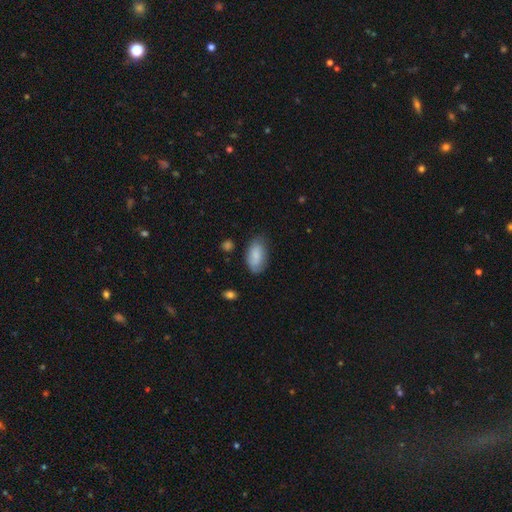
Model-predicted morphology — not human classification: Smooth or featured: smooth — 76% (featured or disk — 17%)
How rounded: in between — 93% (round — 4%)
Merging: none — 70% (minor disturbance — 23%)